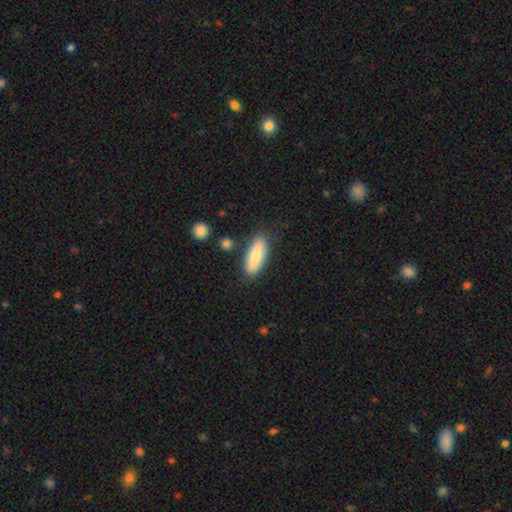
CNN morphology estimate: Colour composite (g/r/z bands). It shows a smooth galaxy with no disk features (78%) that is cigar-shaped (50%). Merging: none (81%).